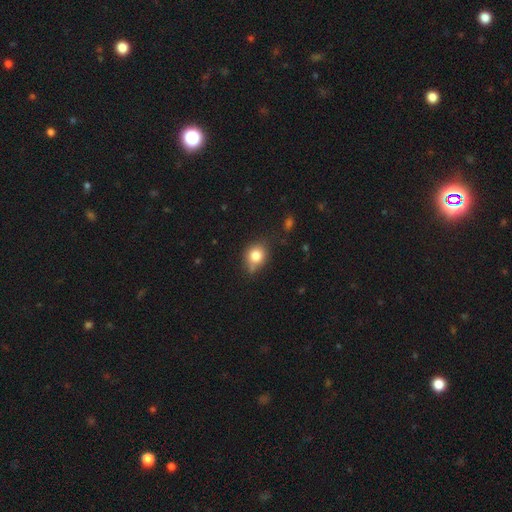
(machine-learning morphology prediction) Q: Smooth or featured?
A: smooth (80%); runner-up: star or artifact (11%)
Q: How rounded?
A: round (63%); runner-up: in between (35%)
Q: Merging?
A: none (66%); runner-up: minor disturbance (23%)